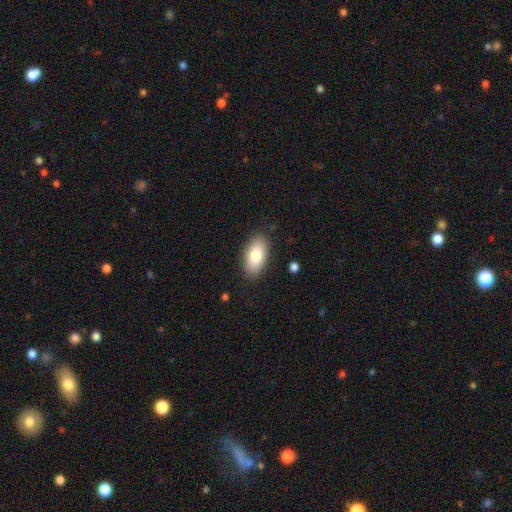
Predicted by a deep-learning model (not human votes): Smooth or featured? smooth (82%)
How rounded? in between (93%)
Merging? none (86%)